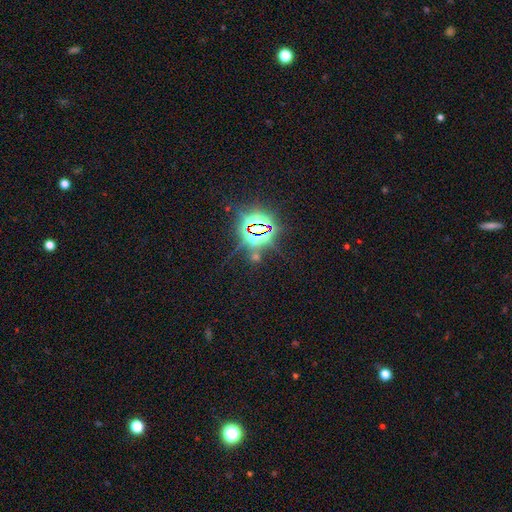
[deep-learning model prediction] This is clearly a star or artifact rather than a galaxy (84%).